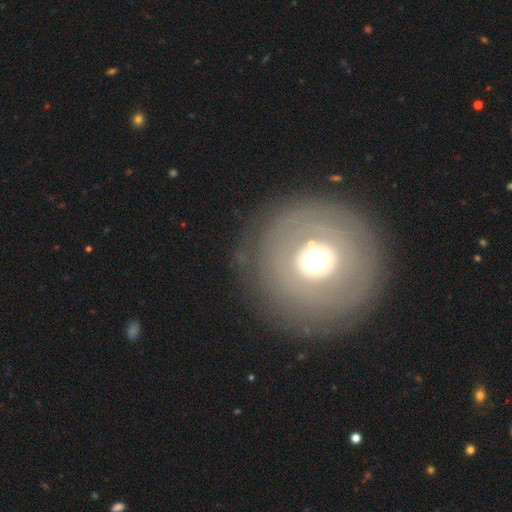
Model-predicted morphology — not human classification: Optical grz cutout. It shows a featured or disk galaxy (45%). Merging: none (85%).